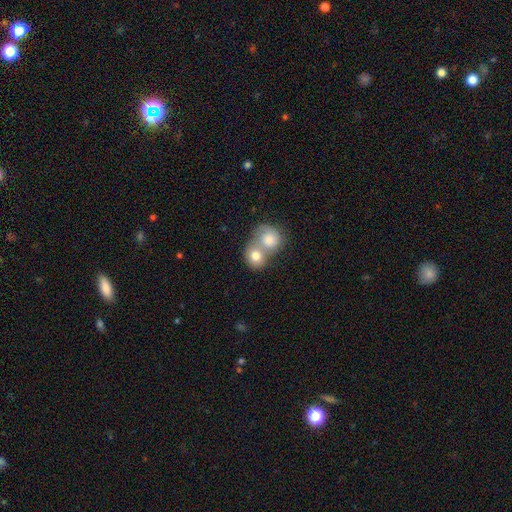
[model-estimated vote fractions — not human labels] smooth_or_featured: smooth (p=0.76) [alt: featured or disk p=0.17]
how_rounded: round (p=0.71) [alt: in between p=0.28]
merging: merger (p=0.70) [alt: none p=0.20]